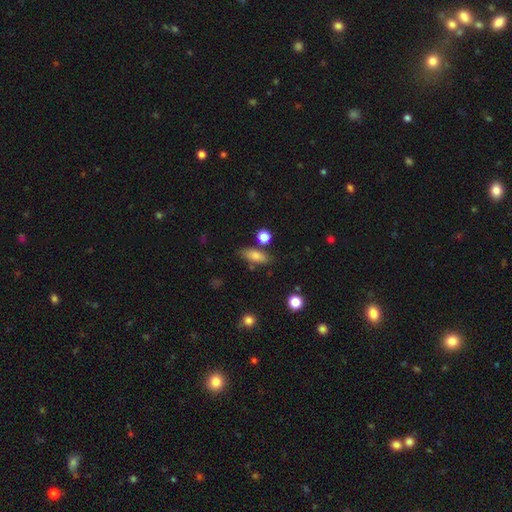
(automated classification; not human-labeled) smooth 79%, featured or disk 12%, star or artifact 9%. Down the decision tree: how rounded — in between (71%); merging — none (76%).